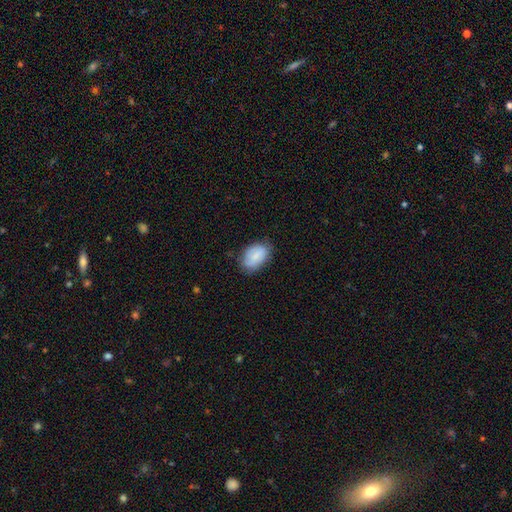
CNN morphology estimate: smooth_or_featured: smooth (p=0.75) [alt: featured or disk p=0.18]
how_rounded: in between (p=0.90) [alt: round p=0.09]
merging: none (p=0.70) [alt: minor disturbance p=0.23]